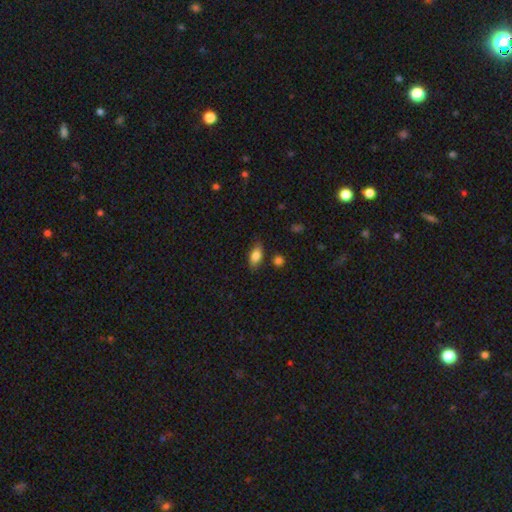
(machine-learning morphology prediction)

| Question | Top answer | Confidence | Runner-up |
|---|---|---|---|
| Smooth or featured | smooth | 82% | featured or disk (11%) |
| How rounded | in between | 86% | cigar-shaped (9%) |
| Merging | none | 81% | minor disturbance (13%) |